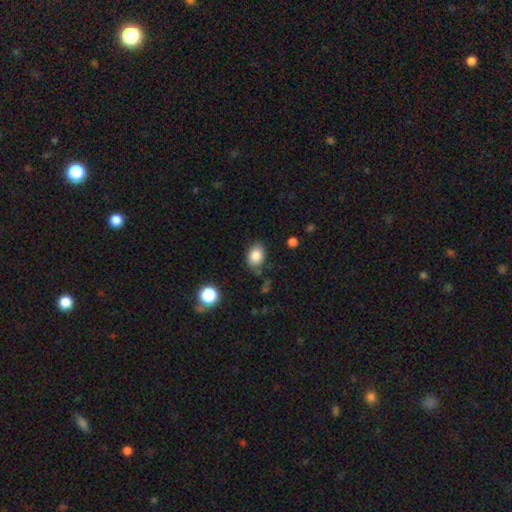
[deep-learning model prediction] Smooth or featured? smooth (85%)
How rounded? in between (75%)
Merging? none (78%)